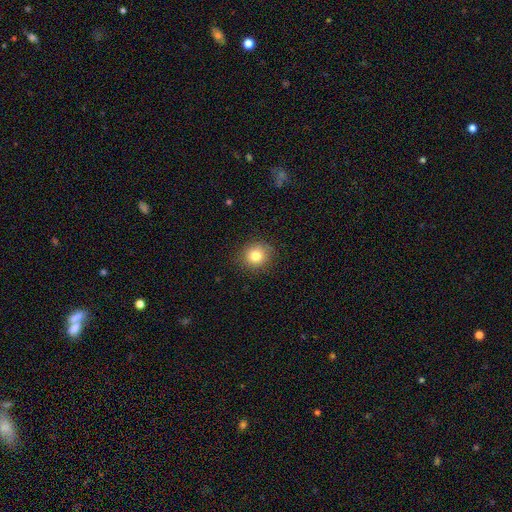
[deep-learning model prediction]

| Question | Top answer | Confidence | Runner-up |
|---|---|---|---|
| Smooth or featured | smooth | 81% | star or artifact (11%) |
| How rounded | round | 88% | in between (11%) |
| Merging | none | 88% | minor disturbance (9%) |